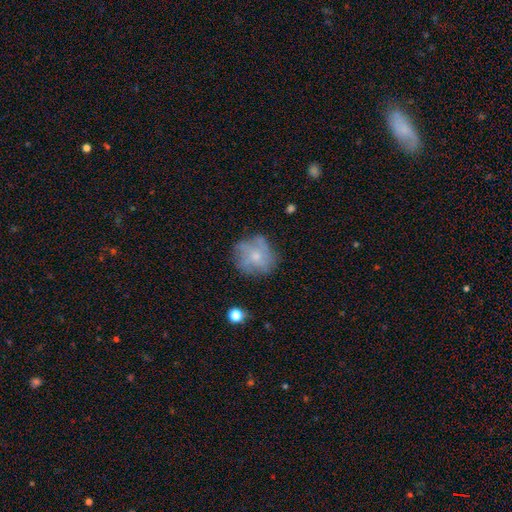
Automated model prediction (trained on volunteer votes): Q: Smooth or featured?
A: featured or disk (49%); runner-up: smooth (39%)
Q: Merging?
A: none (66%); runner-up: minor disturbance (21%)